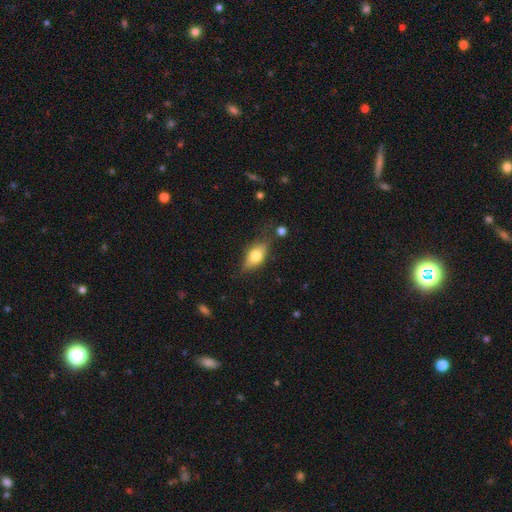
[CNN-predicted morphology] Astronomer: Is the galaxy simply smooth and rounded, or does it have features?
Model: smooth — 68%.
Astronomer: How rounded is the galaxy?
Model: in between — 83%.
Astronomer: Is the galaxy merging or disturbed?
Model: none — 64%.